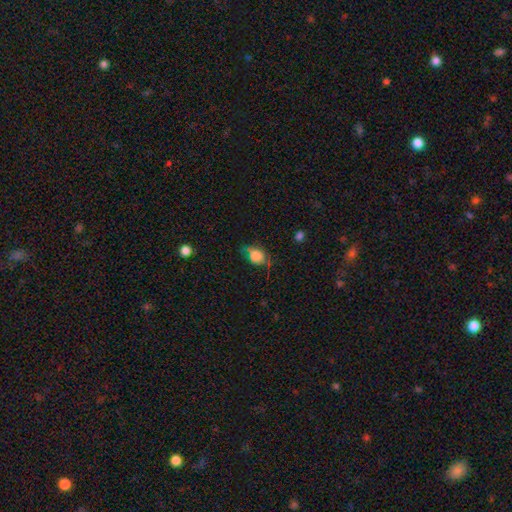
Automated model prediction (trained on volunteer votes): A smooth galaxy with no disk features (73%) that is in between round and cigar-shaped (52%).

Vote fractions:
- Smooth or featured? smooth: 73% / featured or disk: 17% / star or artifact: 11%
- How rounded? in between: 52% / round: 46% / cigar-shaped: 2%
- Merging? none: 51% / minor disturbance: 31% / major disturbance: 15% / merger: 3%